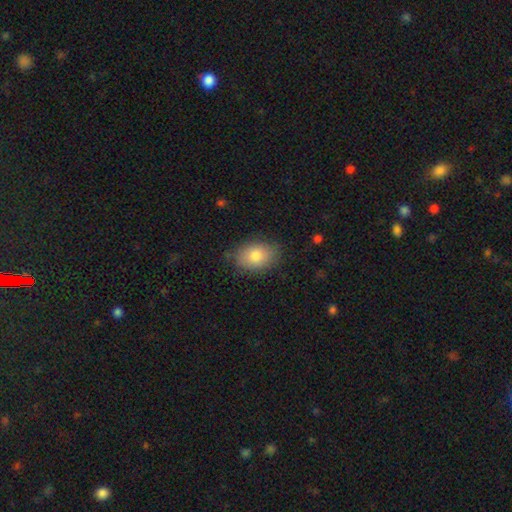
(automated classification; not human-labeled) Morphology: type=smooth (82%); roundness=in between (80%); merging=none (79%).